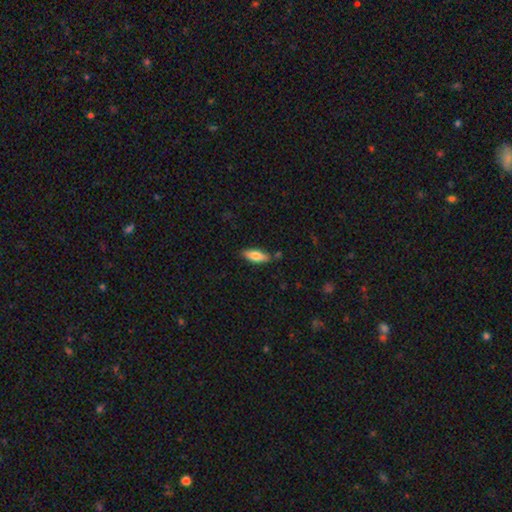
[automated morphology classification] Smooth or featured?
  - smooth: 71% *
  - featured or disk: 22%
  - star or artifact: 6%
How rounded?
  - in between: 62% *
  - cigar-shaped: 36%
  - round: 2%
Merging?
  - none: 81% *
  - minor disturbance: 13%
  - merger: 3%
  - major disturbance: 2%